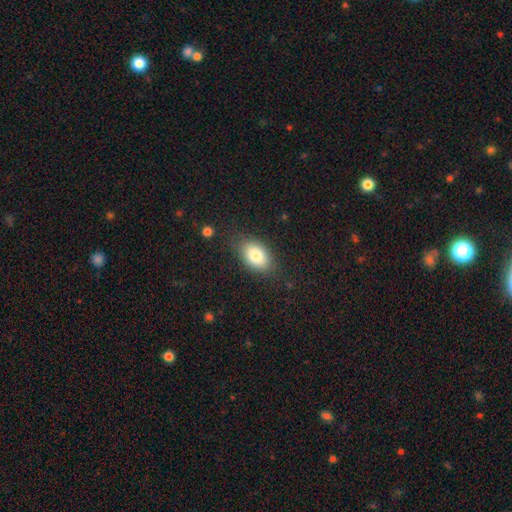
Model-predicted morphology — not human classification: Overall: smooth (81%). How rounded: in between (89%). Merging: none (80%).